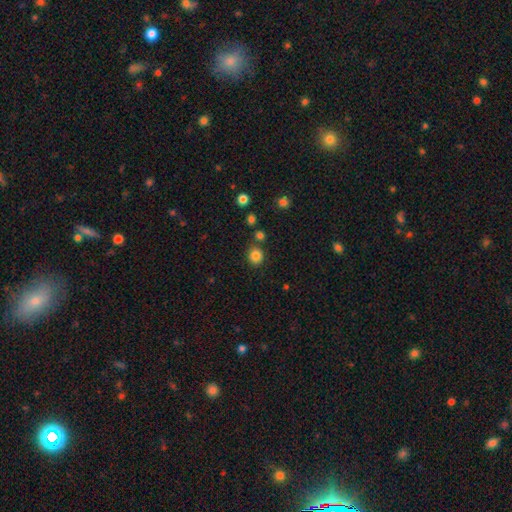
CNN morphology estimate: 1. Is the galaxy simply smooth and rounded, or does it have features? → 84% smooth, 11% star or artifact, 5% featured or disk.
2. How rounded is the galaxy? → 83% round, 16% in between, 1% cigar-shaped.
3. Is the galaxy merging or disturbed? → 81% none, 9% minor disturbance, 8% merger, 3% major disturbance.